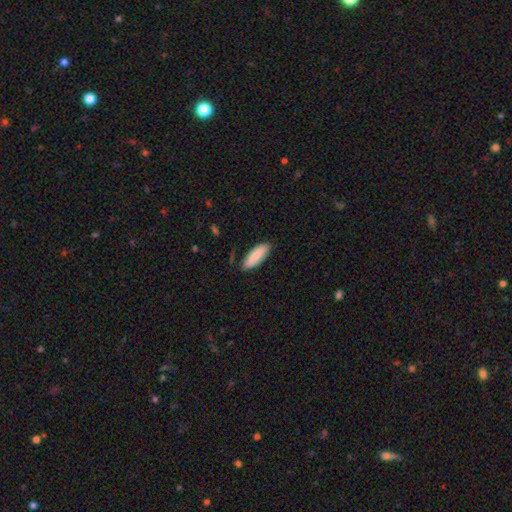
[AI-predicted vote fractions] This appears to be a smooth galaxy with no disk features (83%) that is in between round and cigar-shaped (72%). Merging: none (81%).